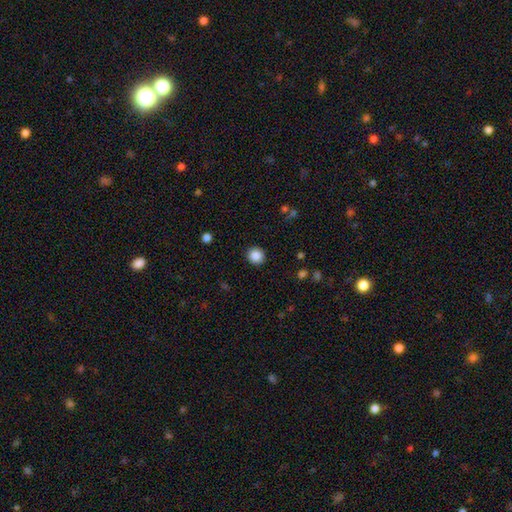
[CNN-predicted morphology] Smooth or featured?
  - smooth: 86% *
  - star or artifact: 10%
  - featured or disk: 4%
How rounded?
  - round: 87% *
  - in between: 12%
  - cigar-shaped: 1%
Merging?
  - none: 91% *
  - minor disturbance: 6%
  - major disturbance: 2%
  - merger: 1%